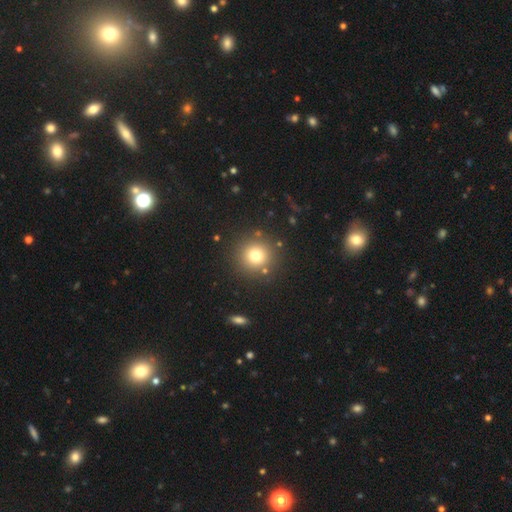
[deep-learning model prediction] A smooth galaxy with no disk features (75%) that is round (94%).

Vote fractions:
- Smooth or featured? smooth: 75% / star or artifact: 15% / featured or disk: 10%
- How rounded? round: 94% / in between: 5% / cigar-shaped: 1%
- Merging? none: 87% / minor disturbance: 6% / merger: 4% / major disturbance: 3%